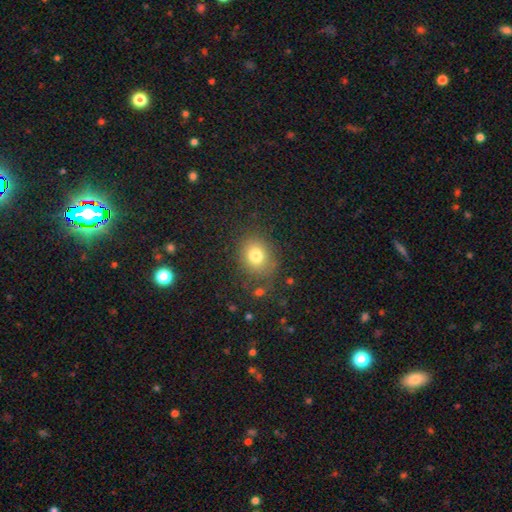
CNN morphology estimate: This is likely a smooth galaxy (78%). How rounded: likely round (61%). Merging: likely none (79%).